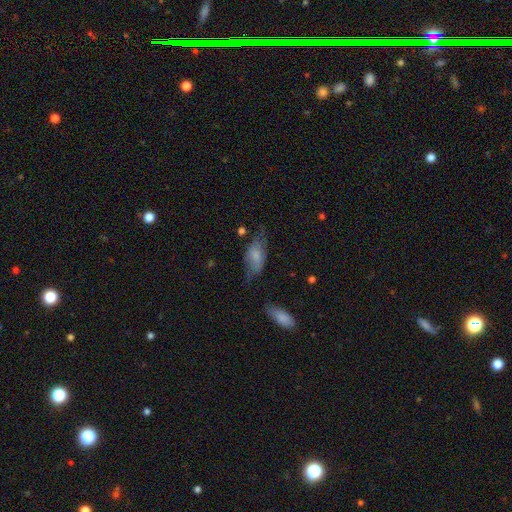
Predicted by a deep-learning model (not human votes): A smooth galaxy with no disk features (63%) that is in between round and cigar-shaped (83%).

Vote fractions:
- Smooth or featured? smooth: 63% / featured or disk: 30% / star or artifact: 7%
- How rounded? in between: 83% / cigar-shaped: 14% / round: 3%
- Merging? none: 49% / minor disturbance: 31% / major disturbance: 17% / merger: 3%